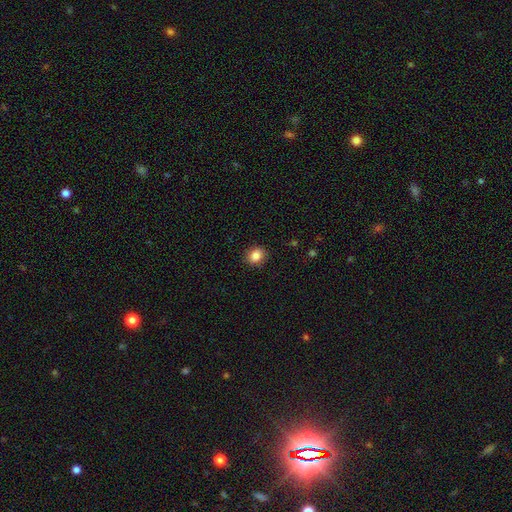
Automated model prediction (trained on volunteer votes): A smooth galaxy with no disk features (85%) that is round (65%). Merging: none (90%).